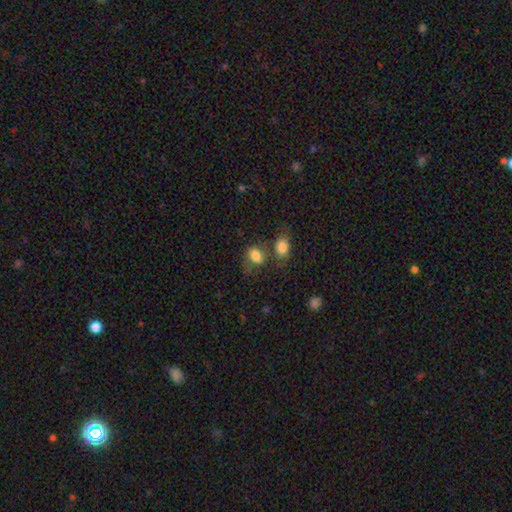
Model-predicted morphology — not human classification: The model was most divided on "merging": none: 40%, merger: 29%, minor disturbance: 19%, major disturbance: 11%. More confident: smooth or featured — smooth (78%); how rounded — in between (70%).